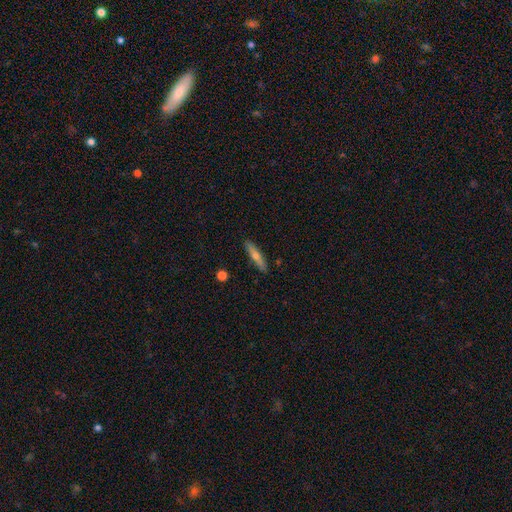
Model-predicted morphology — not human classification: Smooth or featured?
  - smooth: 52% *
  - featured or disk: 41%
  - star or artifact: 7%
How rounded?
  - cigar-shaped: 86% *
  - in between: 12%
  - round: 2%
Merging?
  - none: 89% *
  - minor disturbance: 8%
  - major disturbance: 2%
  - merger: 1%